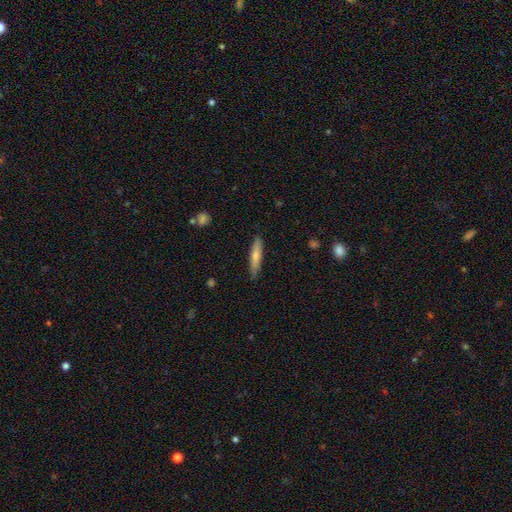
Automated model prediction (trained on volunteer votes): Smooth or featured?
  - smooth: 66% *
  - featured or disk: 29%
  - star or artifact: 6%
How rounded?
  - cigar-shaped: 87% *
  - in between: 11%
  - round: 2%
Merging?
  - none: 86% *
  - minor disturbance: 11%
  - major disturbance: 2%
  - merger: 1%